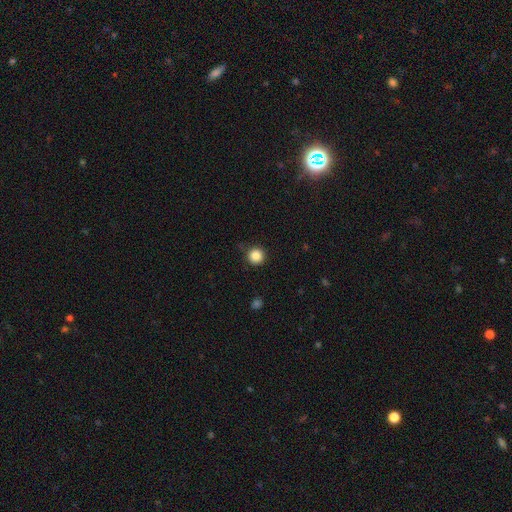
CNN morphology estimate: Overall: smooth (86%). How rounded: round (95%). Merging: none (87%).